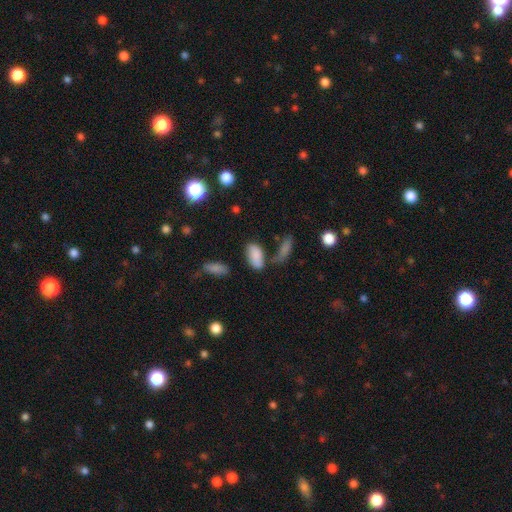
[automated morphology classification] Smooth or featured? smooth (81%)
How rounded? in between (91%)
Merging? none (49%)